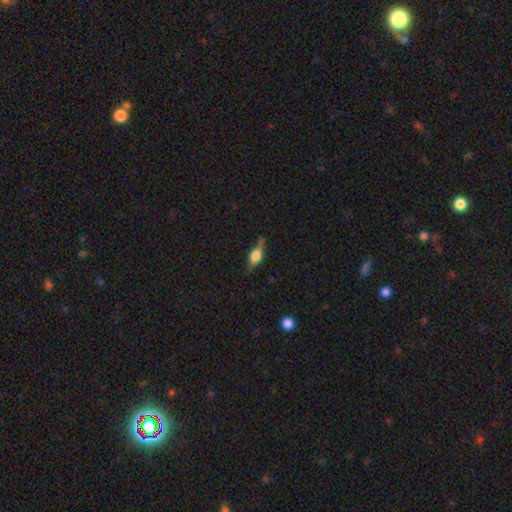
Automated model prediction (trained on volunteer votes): Smooth or featured? Predicted: smooth (p=0.49). Merging? Predicted: none (p=0.67).